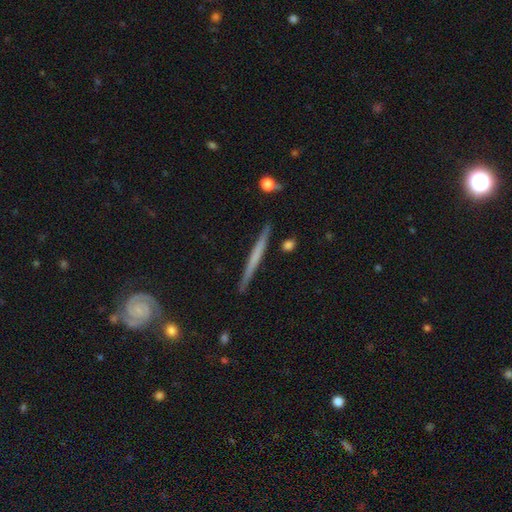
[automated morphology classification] type=featured or disk (56%); edge-on=yes (97%); edge-on bulge=none (86%); merging=none (89%).